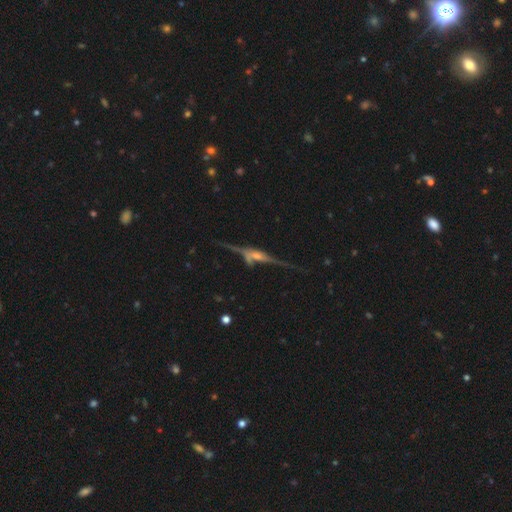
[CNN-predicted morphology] A featured or disk galaxy (80%) viewed edge-on (87%) with a rounded central bulge (73%). Merging: none (62%).